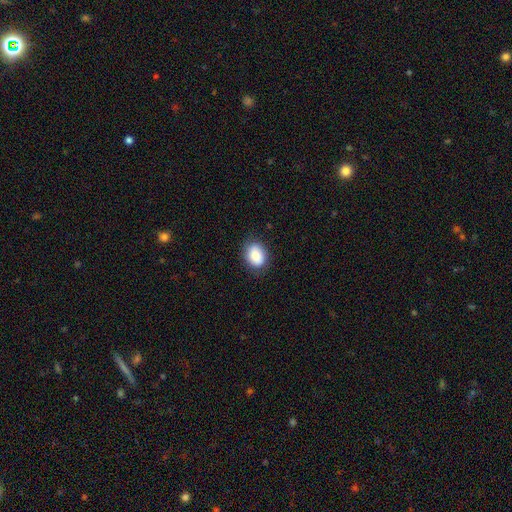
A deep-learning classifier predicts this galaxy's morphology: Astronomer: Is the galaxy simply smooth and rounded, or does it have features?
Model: smooth — 84%.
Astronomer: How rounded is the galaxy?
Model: in between — 64%.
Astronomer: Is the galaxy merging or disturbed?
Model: none — 83%.